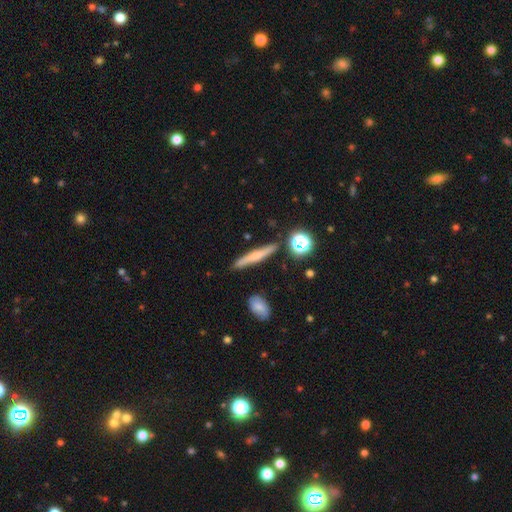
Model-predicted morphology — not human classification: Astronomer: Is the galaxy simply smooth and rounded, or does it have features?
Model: smooth — 51% (runner-up: featured or disk, 39%).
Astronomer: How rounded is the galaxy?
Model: cigar-shaped — 89%.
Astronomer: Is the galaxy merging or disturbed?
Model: none — 85%.